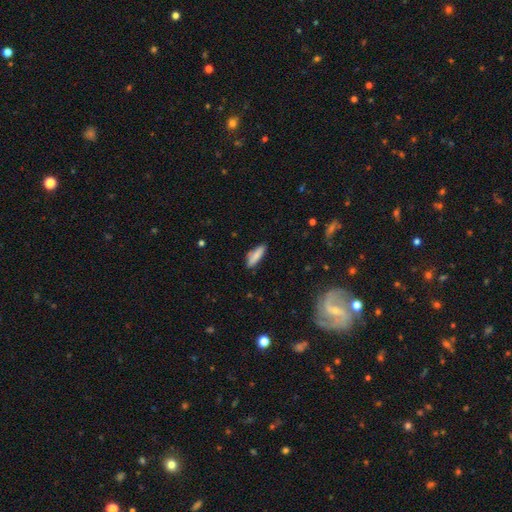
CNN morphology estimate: The model was most divided on "how rounded": cigar-shaped: 54%, in between: 44%, round: 2%. More confident: smooth or featured — smooth (83%); merging — none (80%).